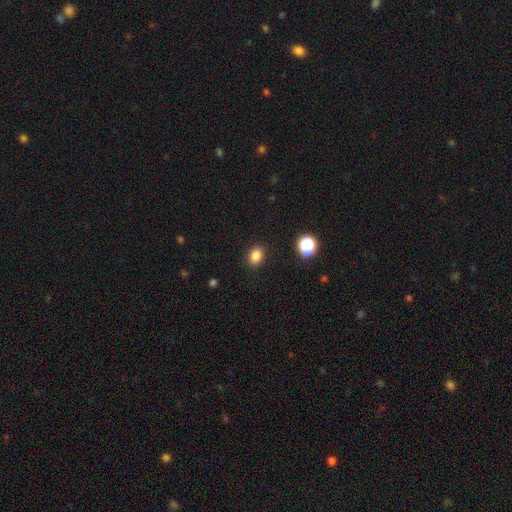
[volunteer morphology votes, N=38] Smooth or featured?
  - smooth: 92% *
  - star or artifact: 8%
  - featured or disk: 0%
How rounded?
  - round: 51% *
  - in between: 49%
  - cigar-shaped: 0%
Merging?
  - none: 86% *
  - major disturbance: 9%
  - minor disturbance: 3%
  - merger: 3%